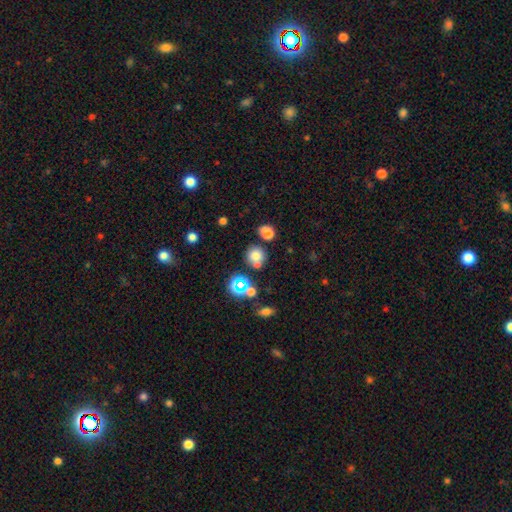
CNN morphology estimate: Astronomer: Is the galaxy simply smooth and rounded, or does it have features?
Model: smooth — 70%.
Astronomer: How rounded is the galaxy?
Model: round — 86%.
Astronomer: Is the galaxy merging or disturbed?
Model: none — 64%.